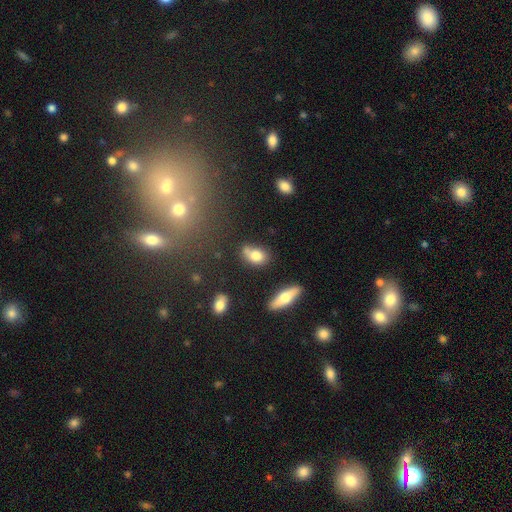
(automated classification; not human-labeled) This appears to be a smooth galaxy with no disk features (74%) that is in between round and cigar-shaped (75%). Merging: none (47%).